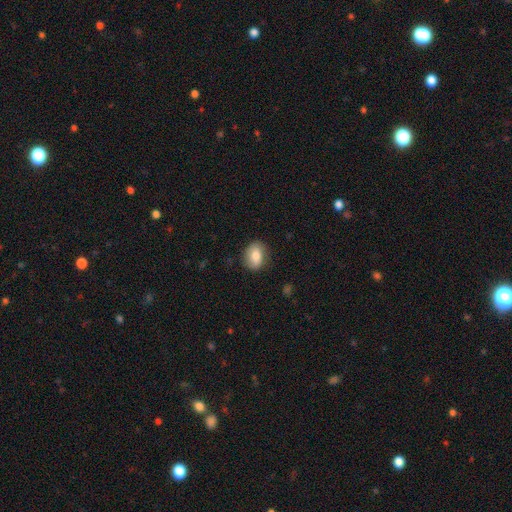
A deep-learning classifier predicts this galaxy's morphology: Overall: smooth (77%). How rounded: in between (70%). Merging: none (80%).